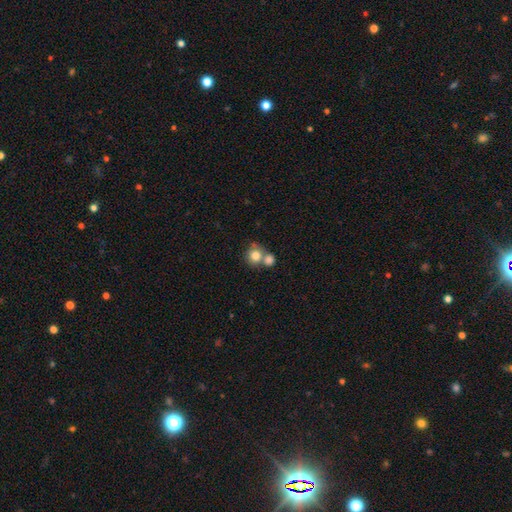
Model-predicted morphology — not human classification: smooth-or-featured: smooth: 80% | featured or disk: 11% | star or artifact: 9%
  how-rounded: round: 82% | in between: 17% | cigar-shaped: 1%
  merging: merger: 46% | none: 42% | minor disturbance: 8% | major disturbance: 4%